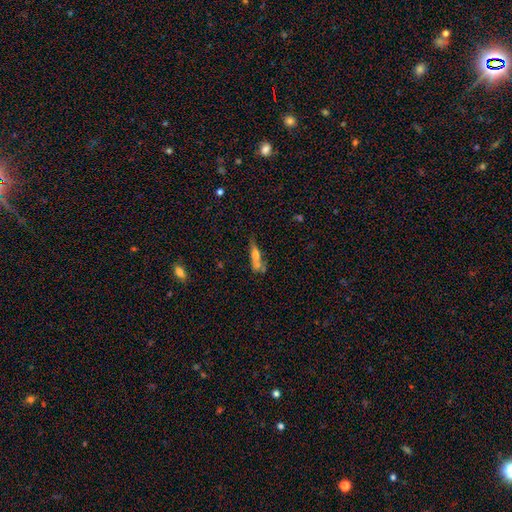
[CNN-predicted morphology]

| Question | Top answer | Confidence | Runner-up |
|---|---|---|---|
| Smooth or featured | smooth | 52% | featured or disk (37%) |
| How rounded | cigar-shaped | 59% | in between (36%) |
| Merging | merger | 37% | tied: none (37%) |